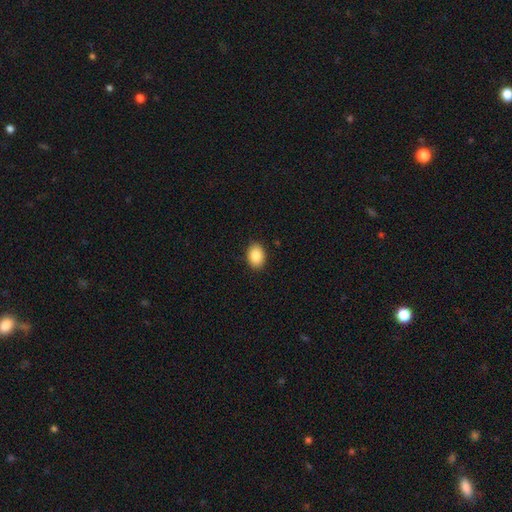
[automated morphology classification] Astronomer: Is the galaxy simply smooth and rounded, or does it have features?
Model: smooth — 87%.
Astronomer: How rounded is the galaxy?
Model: in between — 76%.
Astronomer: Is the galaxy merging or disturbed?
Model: none — 89%.